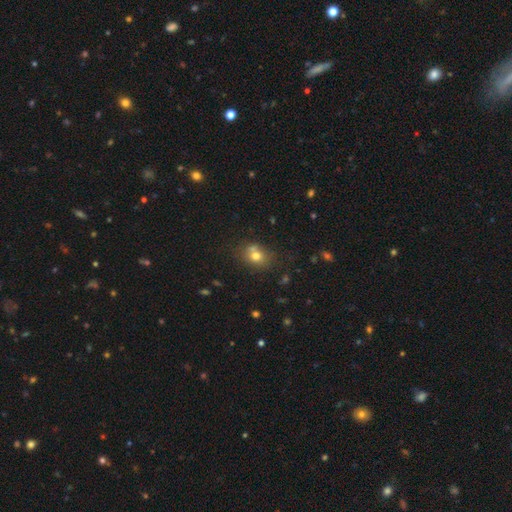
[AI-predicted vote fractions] Smooth or featured?
  - smooth: 73% *
  - star or artifact: 14%
  - featured or disk: 13%
How rounded?
  - round: 56% *
  - in between: 43%
  - cigar-shaped: 1%
Merging?
  - none: 60% *
  - merger: 17%
  - minor disturbance: 17%
  - major disturbance: 6%